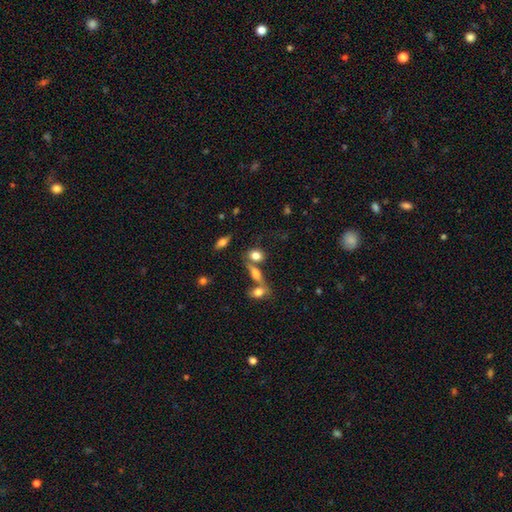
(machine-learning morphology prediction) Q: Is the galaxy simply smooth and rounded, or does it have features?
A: smooth — 77%.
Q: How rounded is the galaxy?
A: in between — 57%.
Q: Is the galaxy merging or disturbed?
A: none — 53%.